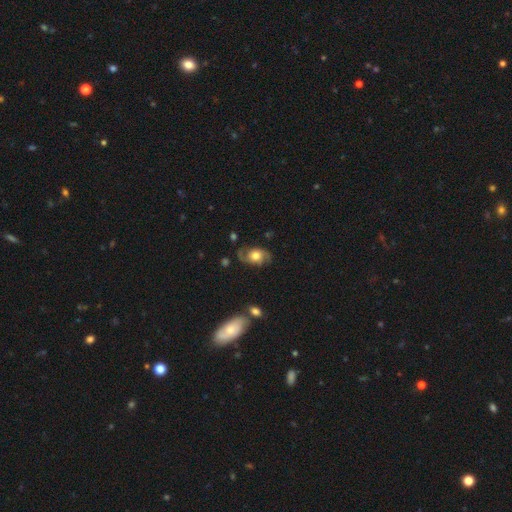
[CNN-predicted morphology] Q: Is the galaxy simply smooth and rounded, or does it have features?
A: featured or disk — 65%.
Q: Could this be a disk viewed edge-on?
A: no — 95%.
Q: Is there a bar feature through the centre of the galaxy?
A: no — 76%.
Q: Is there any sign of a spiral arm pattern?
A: yes — 88%.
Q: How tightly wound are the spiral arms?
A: medium — 43%.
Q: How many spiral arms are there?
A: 2 — 88%.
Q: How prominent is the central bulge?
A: moderate — 54%.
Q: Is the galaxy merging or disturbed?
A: none — 71%.